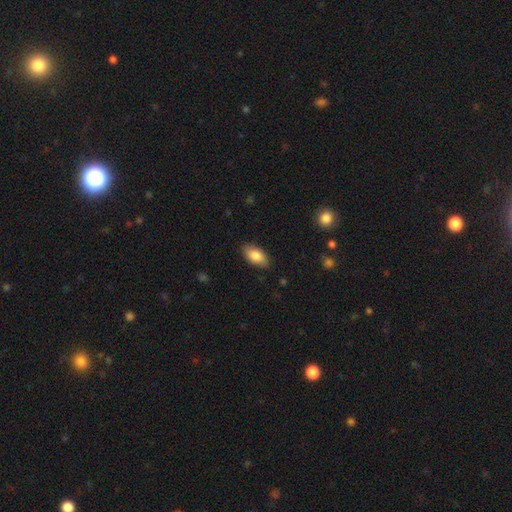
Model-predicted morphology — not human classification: A smooth galaxy with no disk features (83%) that is in between round and cigar-shaped (93%). Merging: none (84%).